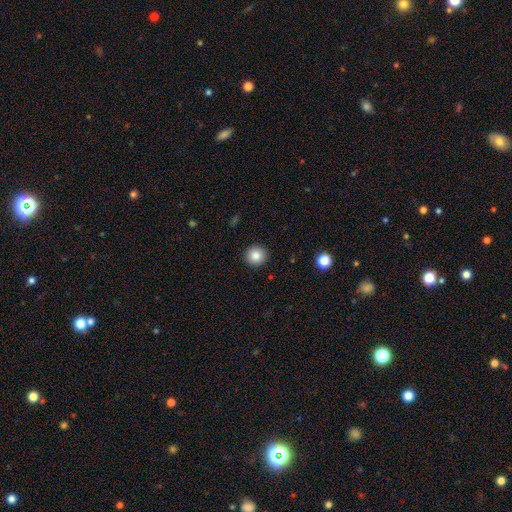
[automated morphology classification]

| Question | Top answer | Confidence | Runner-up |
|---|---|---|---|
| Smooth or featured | smooth | 86% | star or artifact (9%) |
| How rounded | round | 92% | in between (8%) |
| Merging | none | 92% | minor disturbance (6%) |